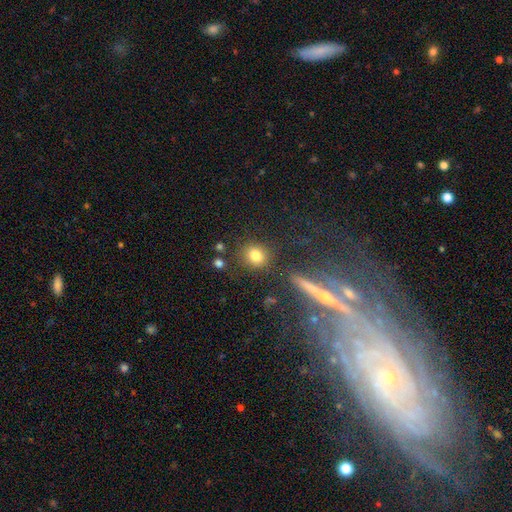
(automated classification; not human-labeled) Morphology: type=smooth (80%); roundness=round (81%); merging=none (81%).